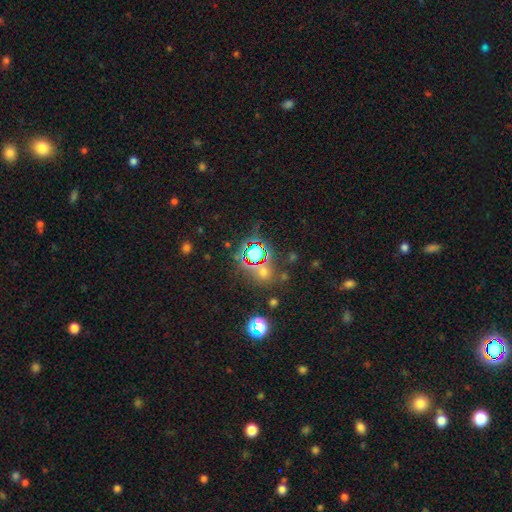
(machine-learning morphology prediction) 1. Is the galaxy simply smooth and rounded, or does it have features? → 64% star or artifact, 26% smooth, 10% featured or disk.